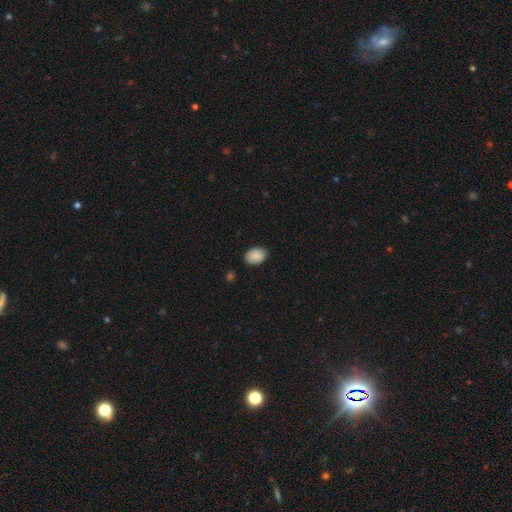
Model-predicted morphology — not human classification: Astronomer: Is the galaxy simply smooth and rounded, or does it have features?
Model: smooth — 88%.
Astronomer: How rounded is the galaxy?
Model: in between — 81%.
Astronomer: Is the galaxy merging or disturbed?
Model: none — 81%.